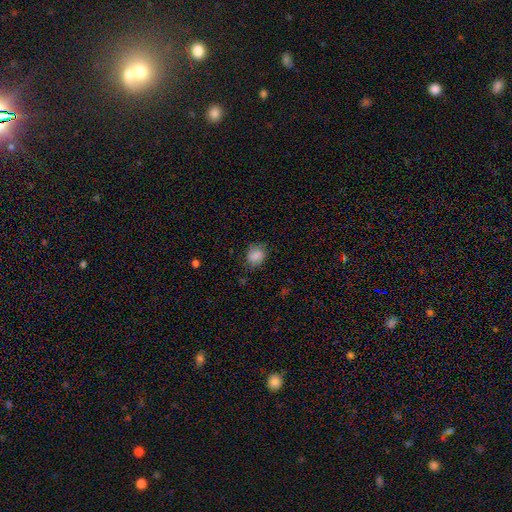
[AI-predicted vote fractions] This appears to be a smooth galaxy with no disk features (80%) that is round (57%). Merging: none (71%).